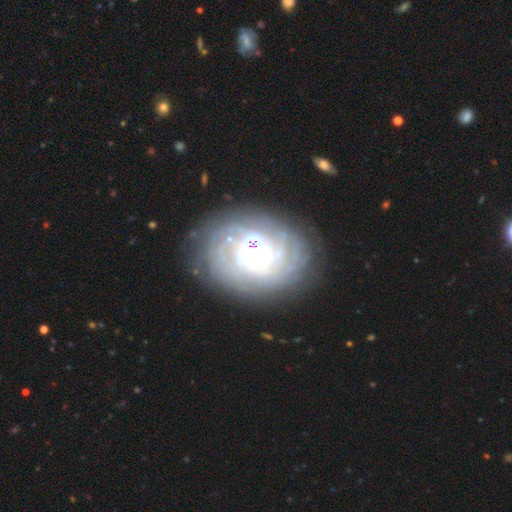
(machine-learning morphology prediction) featured or disk 75%, smooth 15%, star or artifact 11%. Down the decision tree: edge-on disk — no (97%); bar — no (79%); spiral arms — yes (79%); spiral arm count — can't tell (47%); spiral winding — tight (74%); bulge size — small (45%); merging — none (70%).